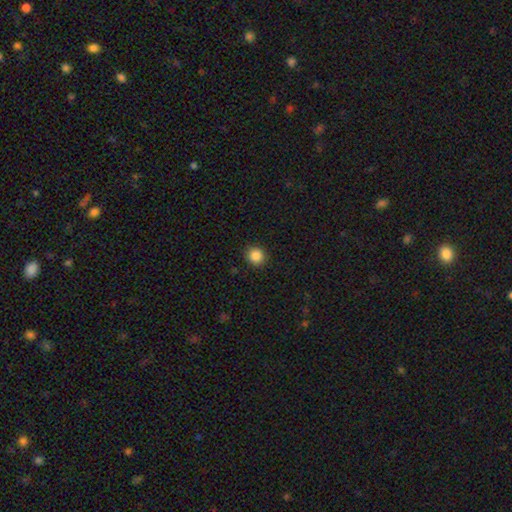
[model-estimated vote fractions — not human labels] Smooth or featured?
  - smooth: 86% *
  - star or artifact: 10%
  - featured or disk: 3%
How rounded?
  - round: 90% *
  - in between: 9%
  - cigar-shaped: 1%
Merging?
  - none: 91% *
  - minor disturbance: 6%
  - major disturbance: 2%
  - merger: 1%